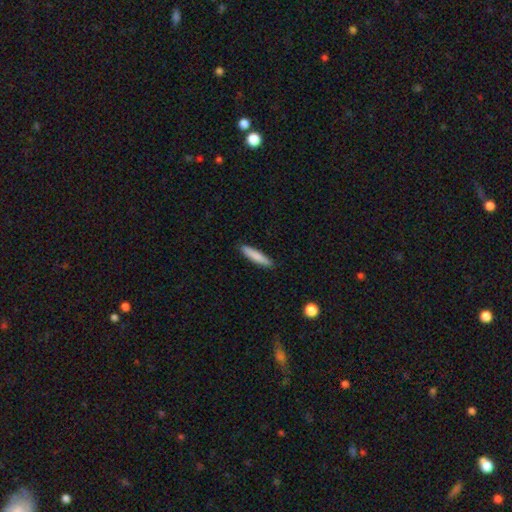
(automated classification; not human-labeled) Morphology: type=smooth (82%); roundness=cigar-shaped (88%); merging=none (90%).